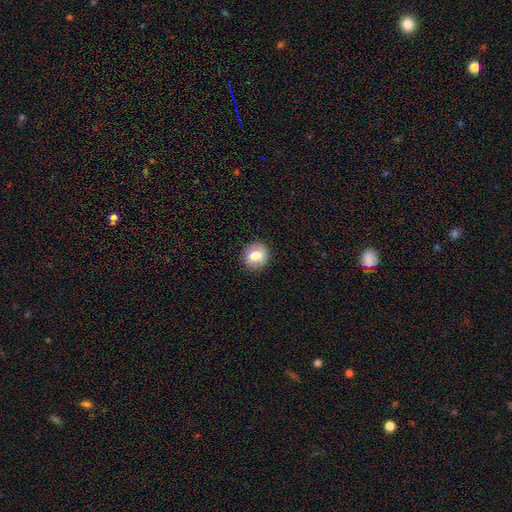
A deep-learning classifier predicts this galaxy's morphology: smooth 80%, featured or disk 11%, star or artifact 9%. Down the decision tree: how rounded — round (87%); merging — none (90%).